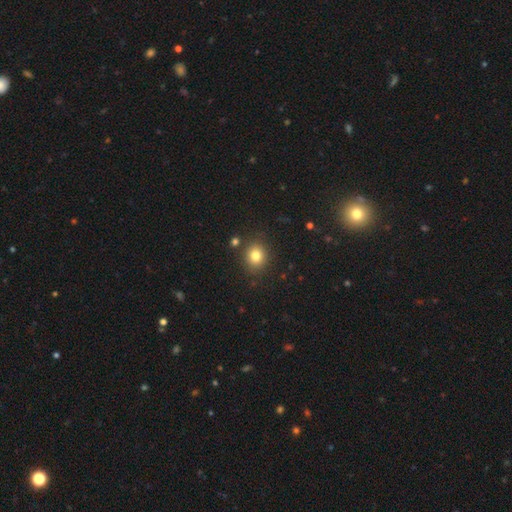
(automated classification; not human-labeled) Smooth or featured: smooth — 81% (star or artifact — 12%)
How rounded: round — 78% (in between — 21%)
Merging: none — 85% (minor disturbance — 8%)